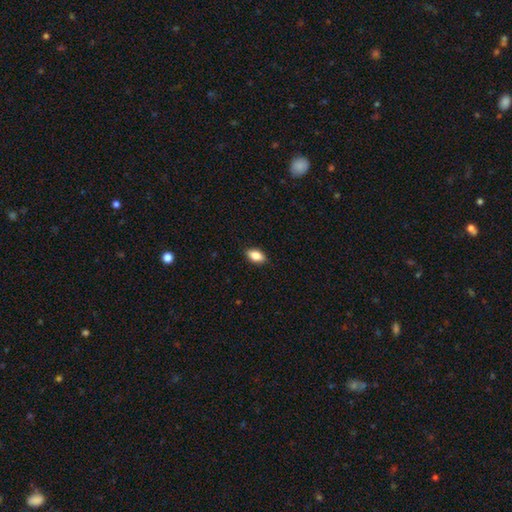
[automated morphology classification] smooth 84%, featured or disk 8%, star or artifact 8%. Down the decision tree: how rounded — in between (89%); merging — none (88%).